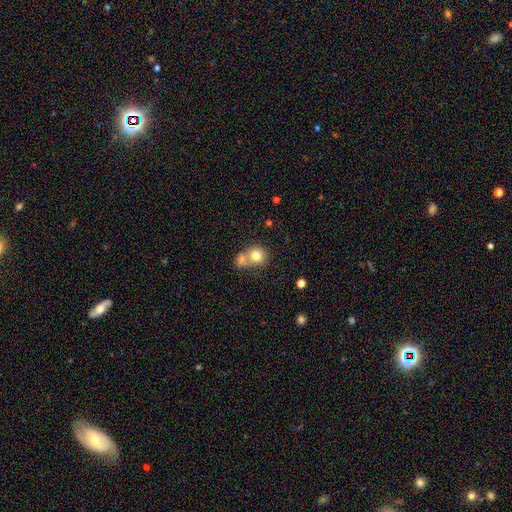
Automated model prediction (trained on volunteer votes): Smooth or featured: smooth — 77% (featured or disk — 14%)
How rounded: round — 78% (in between — 21%)
Merging: merger — 56% (none — 33%)